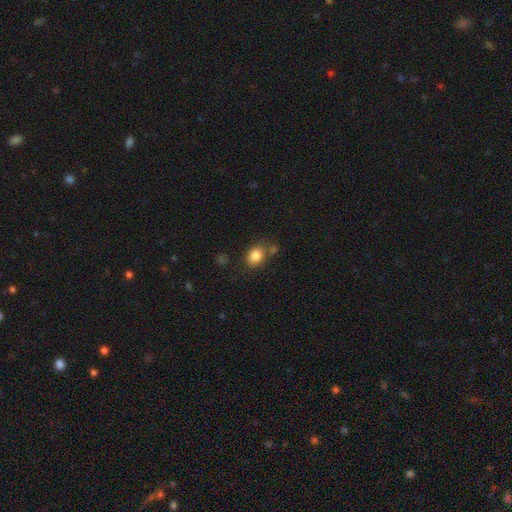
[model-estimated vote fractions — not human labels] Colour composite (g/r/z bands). It shows a smooth galaxy with no disk features (84%) that is in between round and cigar-shaped (63%). Merging: none (70%).